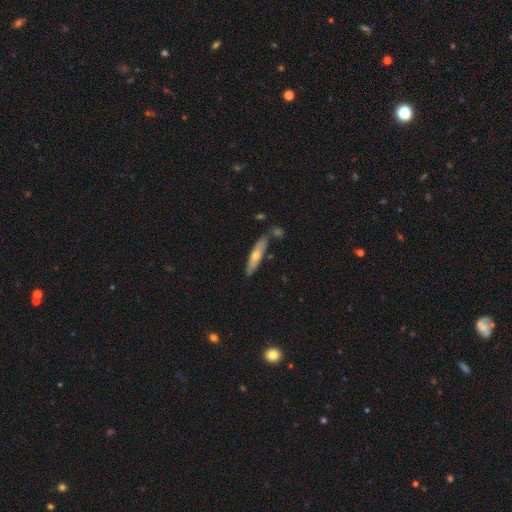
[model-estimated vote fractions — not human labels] Smooth or featured? Predicted: featured or disk (p=0.48). Merging? Predicted: none (p=0.75).